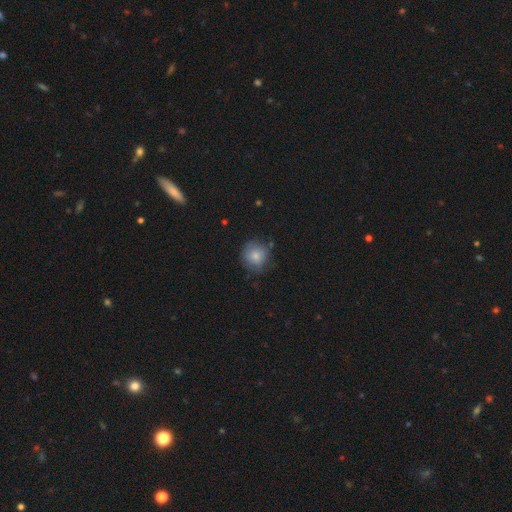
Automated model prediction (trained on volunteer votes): smooth 78%, featured or disk 13%, star or artifact 9%. Down the decision tree: how rounded — round (86%); merging — none (67%).